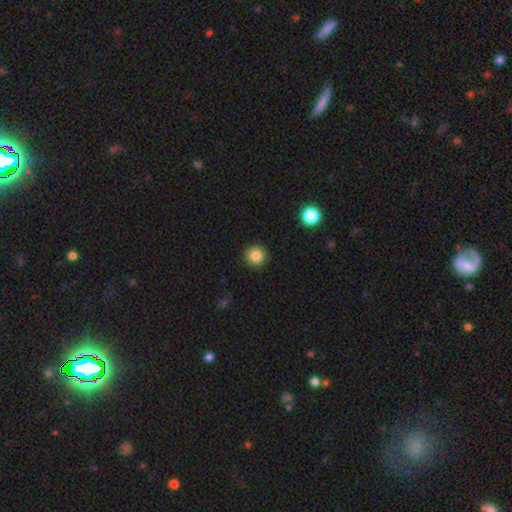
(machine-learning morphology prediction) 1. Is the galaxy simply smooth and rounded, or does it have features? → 84% smooth, 11% star or artifact, 5% featured or disk.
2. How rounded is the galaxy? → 95% round, 4% in between, 1% cigar-shaped.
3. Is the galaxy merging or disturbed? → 92% none, 5% minor disturbance, 2% major disturbance, 1% merger.